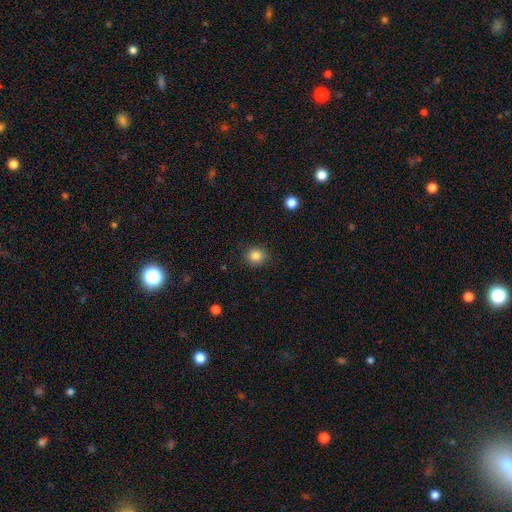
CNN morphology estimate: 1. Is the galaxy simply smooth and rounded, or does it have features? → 85% smooth, 11% star or artifact, 5% featured or disk.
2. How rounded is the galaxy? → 80% round, 19% in between, 1% cigar-shaped.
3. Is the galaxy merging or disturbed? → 88% none, 8% minor disturbance, 2% major disturbance, 1% merger.